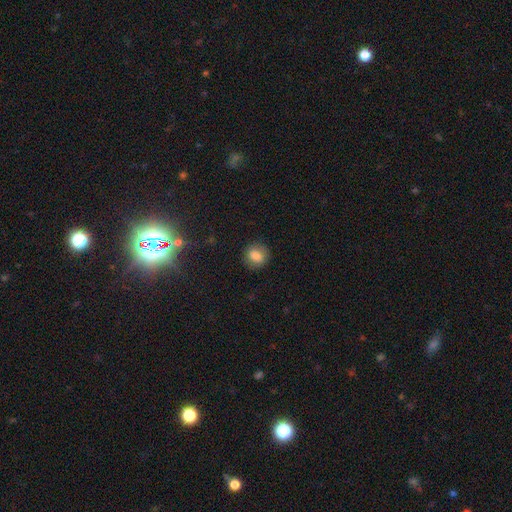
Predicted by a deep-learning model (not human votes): Overall: smooth (80%). How rounded: round (63%; in between 36%). Merging: none (84%).